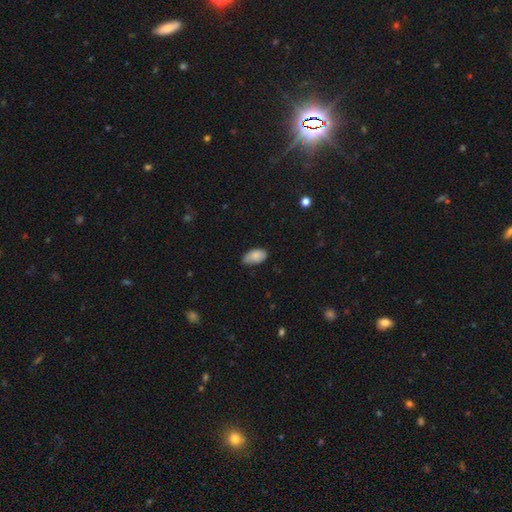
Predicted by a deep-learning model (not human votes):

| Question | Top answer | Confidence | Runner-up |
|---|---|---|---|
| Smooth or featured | smooth | 84% | featured or disk (9%) |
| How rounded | in between | 94% | round (4%) |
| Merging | none | 53% | minor disturbance (39%) |